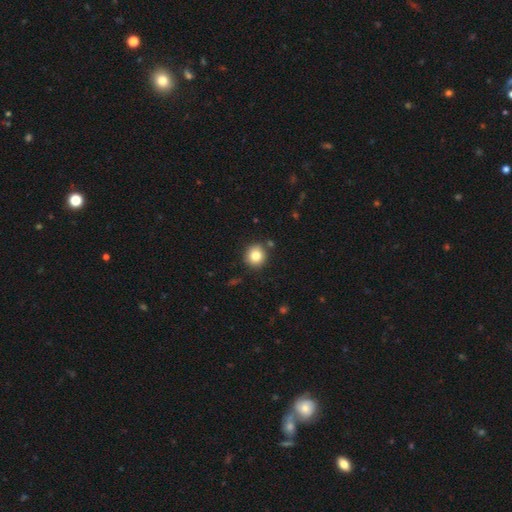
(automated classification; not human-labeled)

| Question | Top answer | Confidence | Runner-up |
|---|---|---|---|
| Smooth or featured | smooth | 82% | star or artifact (10%) |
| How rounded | round | 91% | in between (8%) |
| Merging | none | 87% | minor disturbance (8%) |